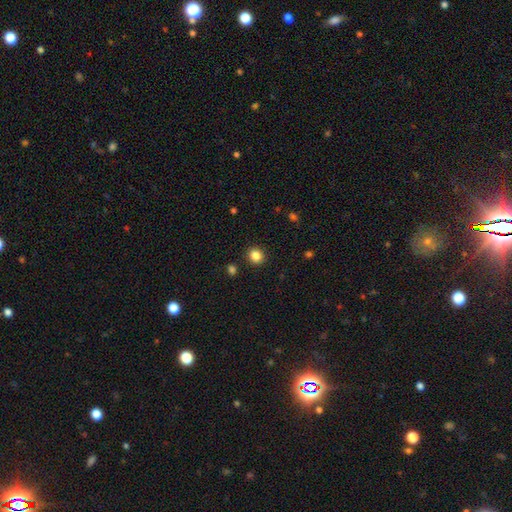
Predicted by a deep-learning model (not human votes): This appears to be a smooth galaxy with no disk features (84%) that is round (87%). Merging: none (91%).